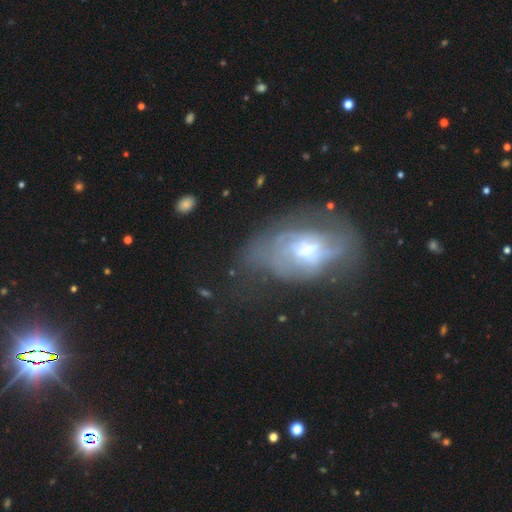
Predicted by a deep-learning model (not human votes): smooth-or-featured: featured or disk: 57% | smooth: 28% | star or artifact: 15%
  disk-edge-on: no: 92% | yes: 8%
    bar: no: 70% | weak: 24% | strong: 6%
    has-spiral-arms: yes: 53% | no: 47%
    bulge-size: moderate: 57% | small: 30% | large: 9% | none: 2% | dominant: 2%
  merging: none: 46% | major disturbance: 26% | minor disturbance: 26% | merger: 3%